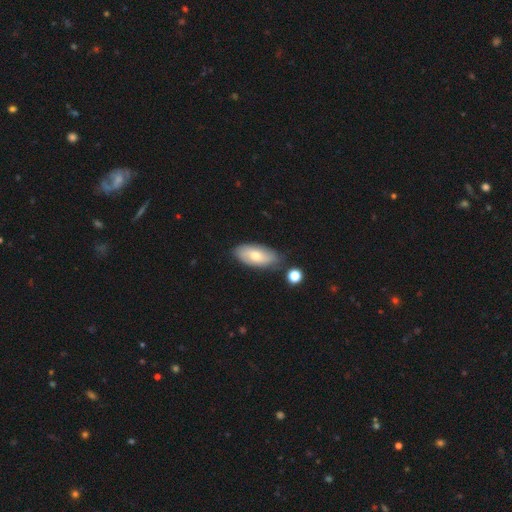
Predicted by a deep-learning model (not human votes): Smooth or featured? Predicted: smooth (p=0.62). How rounded? Predicted: in between (p=0.90). Merging? Predicted: none (p=0.75).